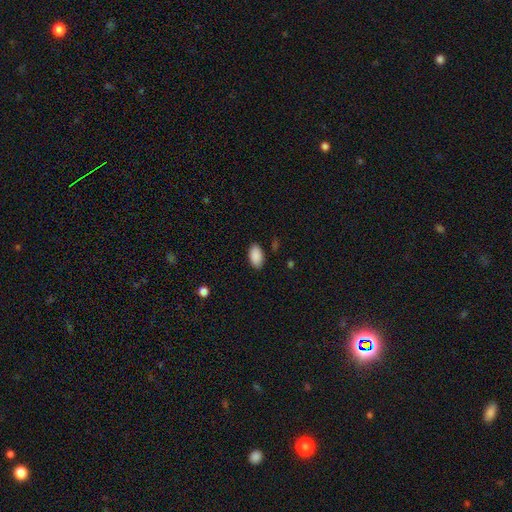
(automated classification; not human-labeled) smooth_or_featured: smooth (p=0.90) [alt: star or artifact p=0.07]
how_rounded: in between (p=0.94) [alt: round p=0.04]
merging: none (p=0.87) [alt: minor disturbance p=0.10]